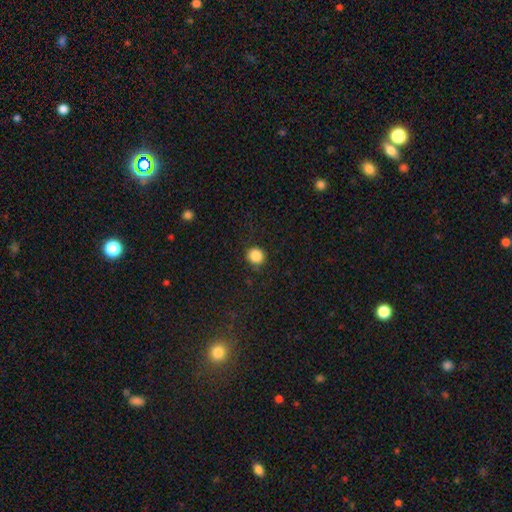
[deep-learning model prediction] A smooth galaxy with no disk features (87%) that is round (91%).

Vote fractions:
- Smooth or featured? smooth: 87% / star or artifact: 10% / featured or disk: 3%
- How rounded? round: 91% / in between: 8% / cigar-shaped: 1%
- Merging? none: 88% / minor disturbance: 8% / major disturbance: 3% / merger: 1%